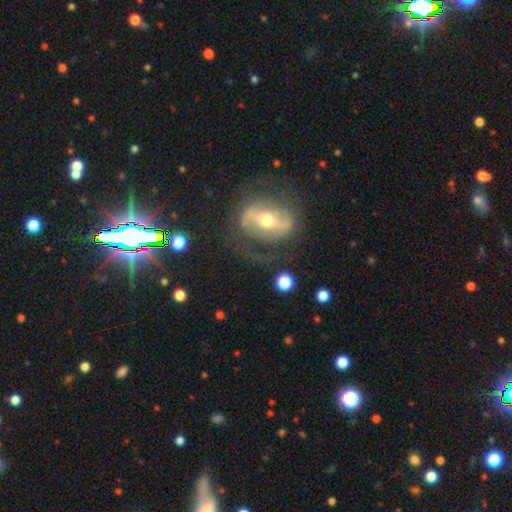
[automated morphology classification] This appears to be a featured or disk galaxy (61%) with a strong bar (39%), spiral arms (64%) and a moderate central bulge (59%). Merging: none (72%).